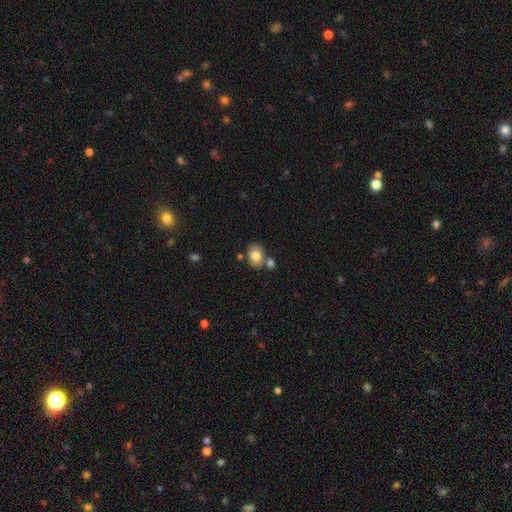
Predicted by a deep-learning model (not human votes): Overall: smooth (80%). How rounded: in between (59%; round 40%). Merging: none (67%).